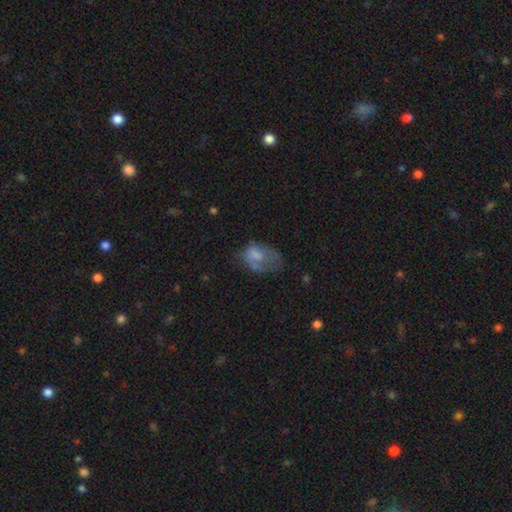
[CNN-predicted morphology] Smooth or featured?
  - smooth: 58% *
  - featured or disk: 33%
  - star or artifact: 10%
How rounded?
  - in between: 81% *
  - round: 18%
  - cigar-shaped: 1%
Merging?
  - major disturbance: 44% *
  - minor disturbance: 27%
  - none: 26%
  - merger: 3%